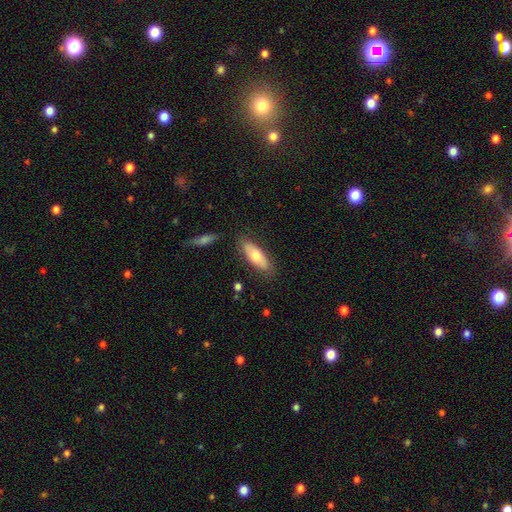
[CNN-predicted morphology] Smooth or featured?
  - smooth: 68% *
  - featured or disk: 26%
  - star or artifact: 6%
How rounded?
  - in between: 71% *
  - cigar-shaped: 27%
  - round: 2%
Merging?
  - none: 82% *
  - minor disturbance: 12%
  - major disturbance: 3%
  - merger: 3%